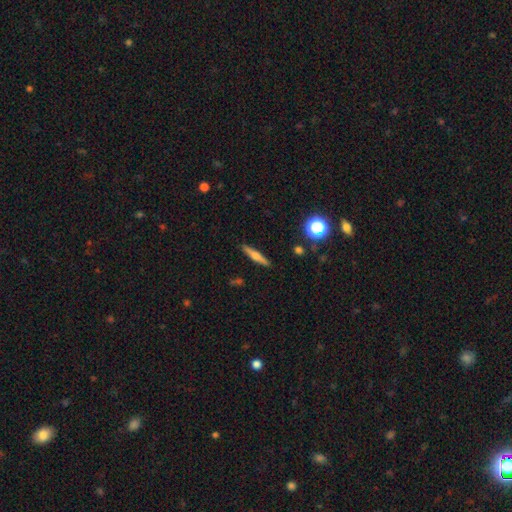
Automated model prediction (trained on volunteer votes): Smooth or featured?
  - featured or disk: 50% *
  - smooth: 42%
  - star or artifact: 8%
Edge-on disk?
  - yes: 96% *
  - no: 4%
Merging?
  - none: 90% *
  - minor disturbance: 7%
  - major disturbance: 2%
  - merger: 1%